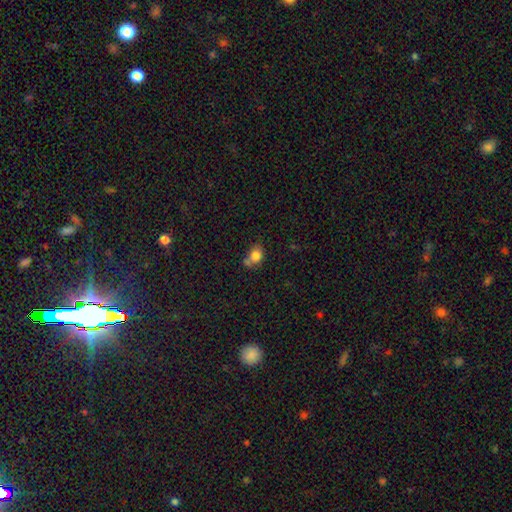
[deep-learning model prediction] Smooth or featured? Predicted: smooth (p=0.81). How rounded? Predicted: round (p=0.50). Merging? Predicted: none (p=0.43).